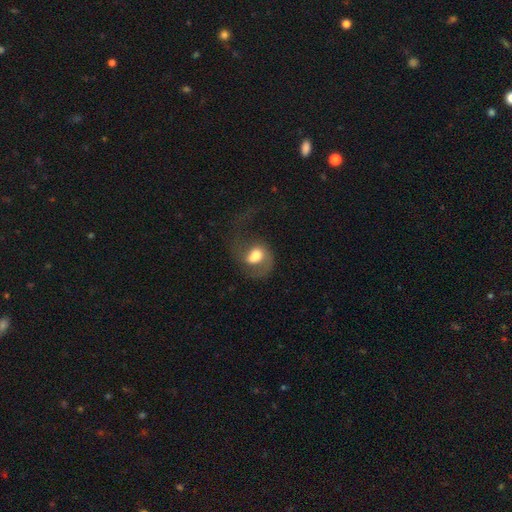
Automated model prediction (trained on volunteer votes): featured or disk 54%, smooth 38%, star or artifact 8%. Down the decision tree: edge-on disk — no (97%); bar — no (53%); spiral arms — yes (78%); bulge size — moderate (47%); merging — major disturbance (50%).